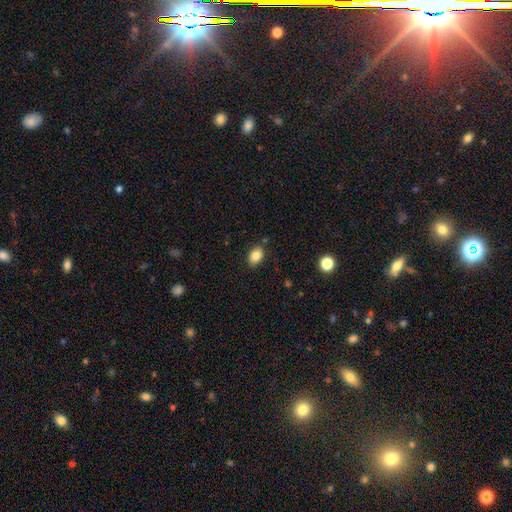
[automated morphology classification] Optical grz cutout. It shows a smooth galaxy with no disk features (84%) that is in between round and cigar-shaped (80%). Merging: none (84%).